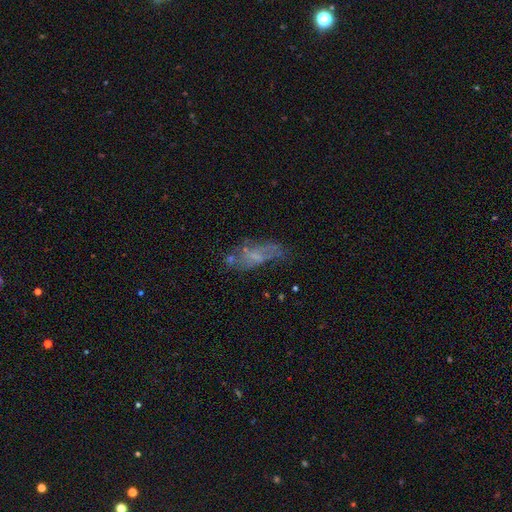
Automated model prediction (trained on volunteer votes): smooth_or_featured: featured or disk (p=0.47) [alt: smooth p=0.39]
merging: none (p=0.47) [alt: minor disturbance p=0.24]